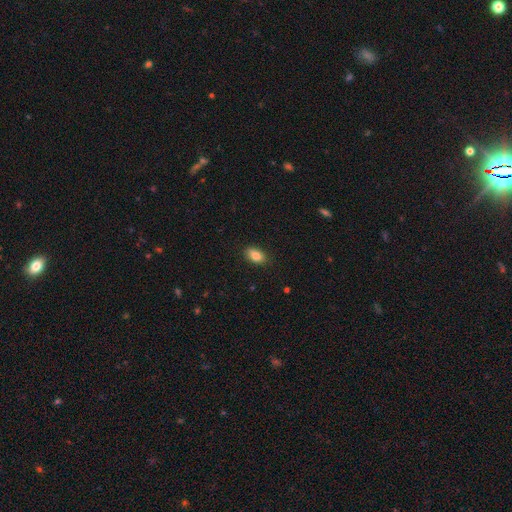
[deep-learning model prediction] Morphology: type=smooth (86%); roundness=in between (89%); merging=none (86%).